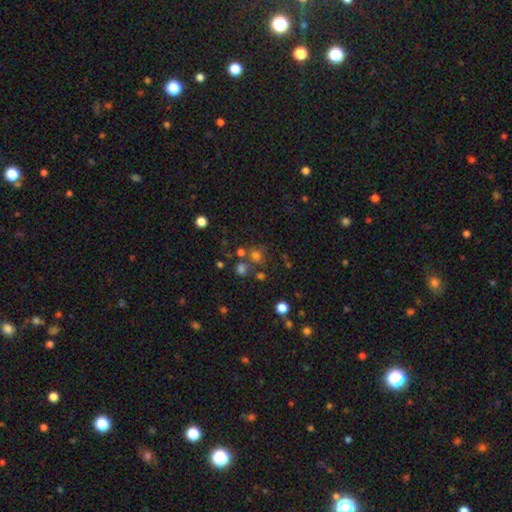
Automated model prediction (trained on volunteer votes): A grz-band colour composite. It shows a smooth galaxy with no disk features (67%) that is round (86%). Merging: none (66%).